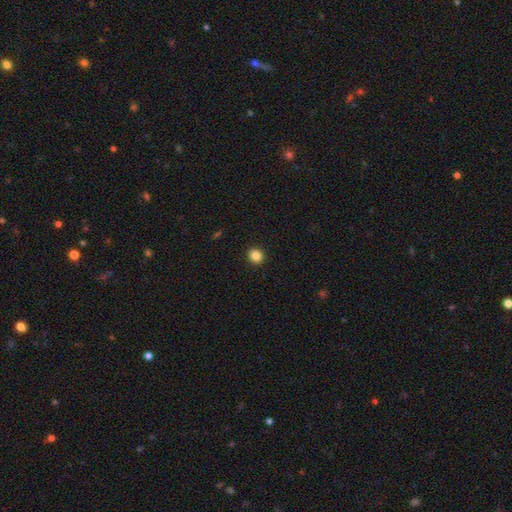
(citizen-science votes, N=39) smooth 85%, star or artifact 10%, featured or disk 5%. Down the decision tree: how rounded — round (64%); merging — none (94%).